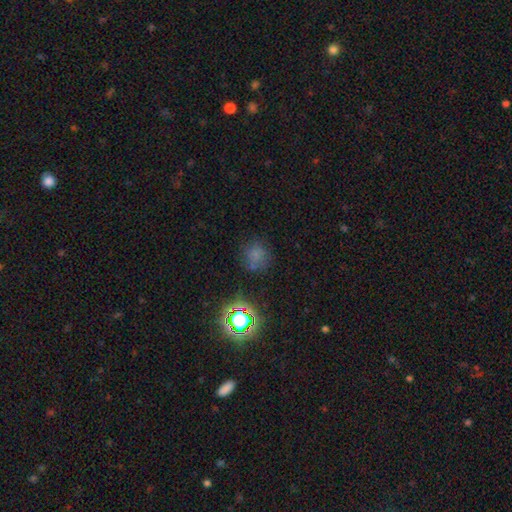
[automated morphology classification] smooth-or-featured: smooth: 61% | star or artifact: 30% | featured or disk: 9%
  how-rounded: round: 86% | in between: 13% | cigar-shaped: 1%
  merging: none: 70% | minor disturbance: 17% | major disturbance: 7% | merger: 7%